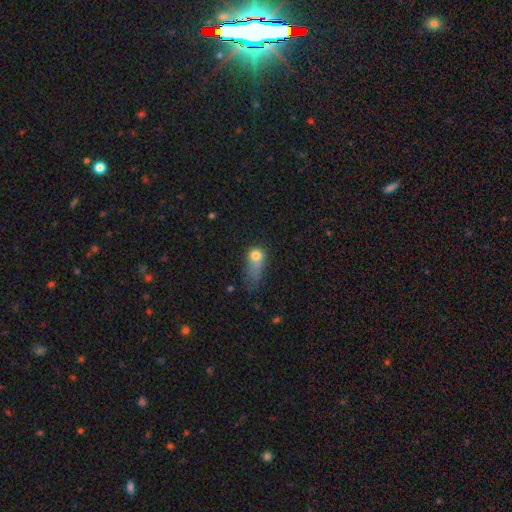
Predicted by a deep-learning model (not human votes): smooth 63%, featured or disk 19%, star or artifact 18%. Down the decision tree: how rounded — in between (49%); merging — major disturbance (44%).